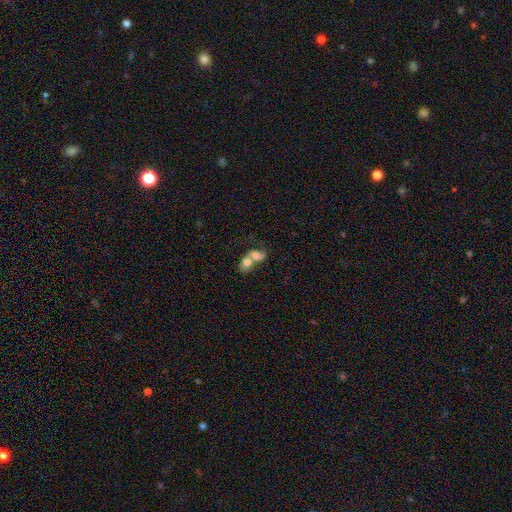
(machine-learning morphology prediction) smooth-or-featured: smooth: 65% | featured or disk: 26% | star or artifact: 9%
  how-rounded: in between: 61% | round: 37% | cigar-shaped: 2%
  merging: merger: 79% | none: 10% | major disturbance: 6% | minor disturbance: 5%